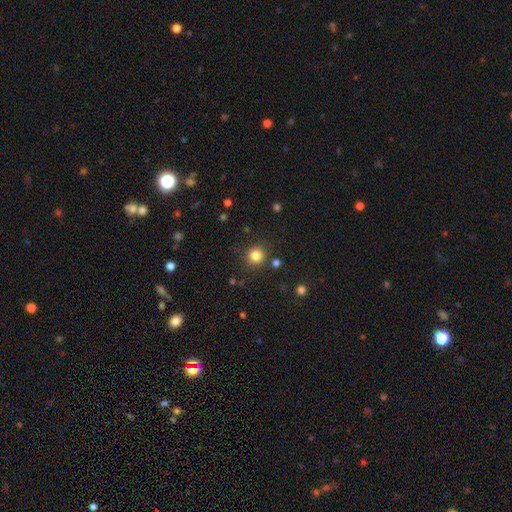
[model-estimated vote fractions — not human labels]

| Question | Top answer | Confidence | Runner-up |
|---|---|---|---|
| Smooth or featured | smooth | 82% | star or artifact (13%) |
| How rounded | round | 92% | in between (7%) |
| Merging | none | 86% | minor disturbance (7%) |